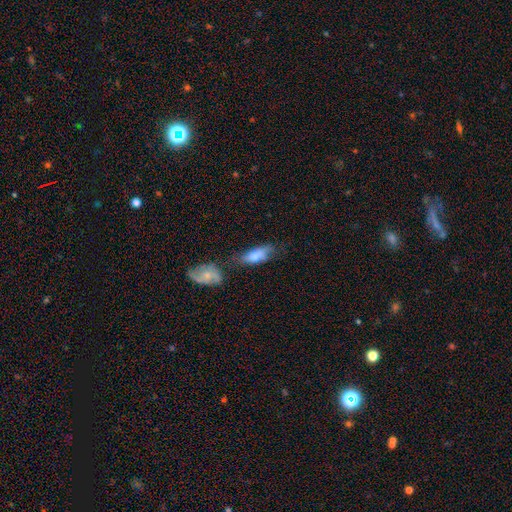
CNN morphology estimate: type=smooth (70%); roundness=in between (72%); merging=none (44%).